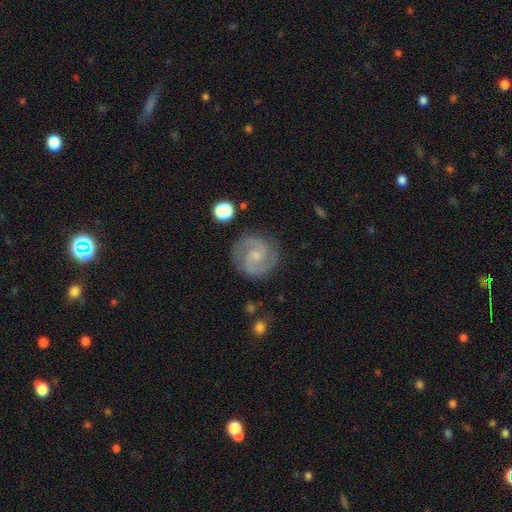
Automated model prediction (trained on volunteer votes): Smooth or featured? Predicted: featured or disk (p=0.86). Edge-on disk? Predicted: no (p=0.98). Bar? Predicted: no (p=0.55). Spiral arms? Predicted: yes (p=0.97). Spiral winding? Predicted: medium (p=0.51). Spiral arm count? Predicted: 2 (p=0.90). Bulge size? Predicted: small (p=0.65). Merging? Predicted: none (p=0.85).